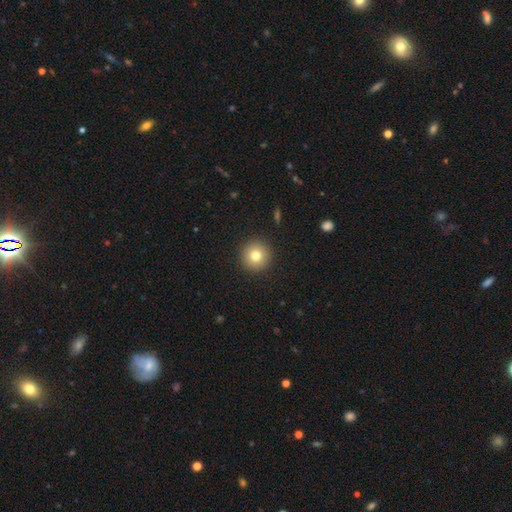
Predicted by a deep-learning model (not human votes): smooth 78%, star or artifact 11%, featured or disk 11%. Down the decision tree: how rounded — round (96%); merging — none (92%).